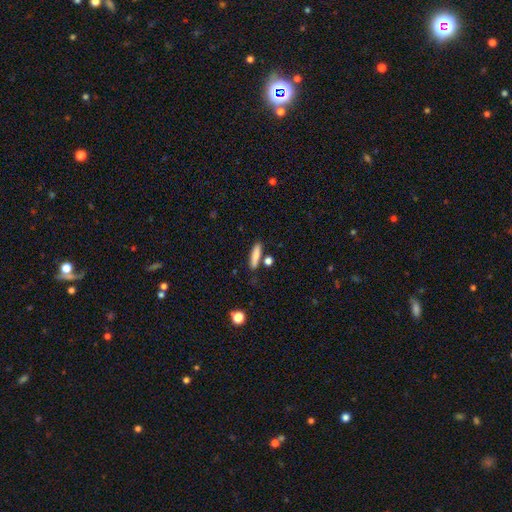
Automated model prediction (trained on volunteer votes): smooth 81%, featured or disk 12%, star or artifact 7%. Down the decision tree: how rounded — cigar-shaped (74%); merging — none (76%).